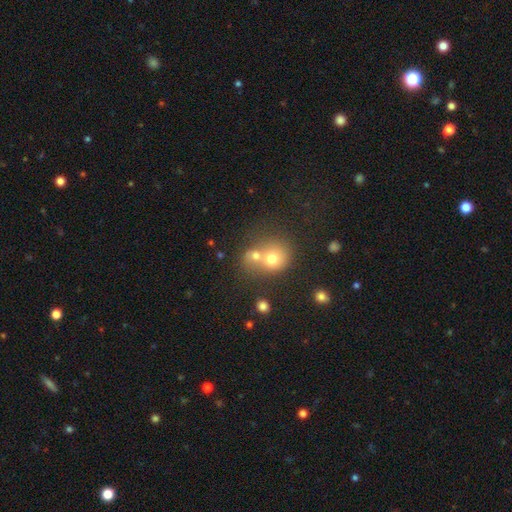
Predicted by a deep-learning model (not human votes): This appears to be a smooth galaxy with no disk features (68%) that is round (72%). Merging: merger (63%).